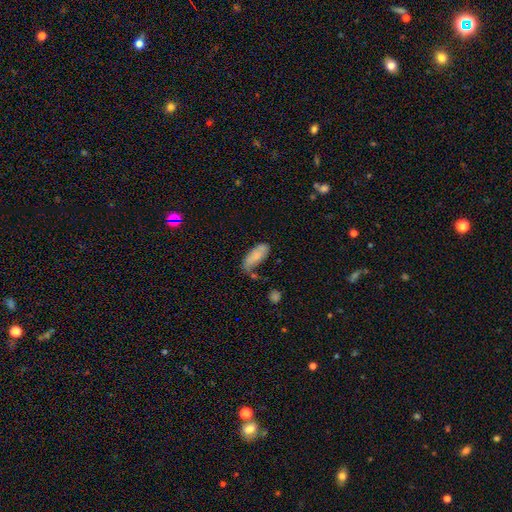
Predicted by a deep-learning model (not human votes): Morphology: type=smooth (75%); roundness=in between (80%); merging=none (51%).